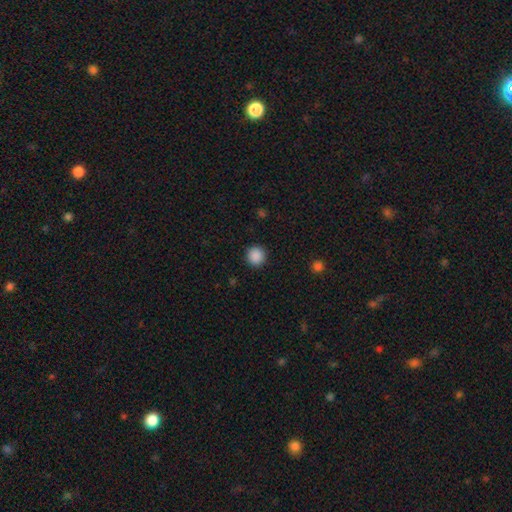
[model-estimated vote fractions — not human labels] A smooth galaxy with no disk features (89%) that is round (94%). Merging: none (92%).